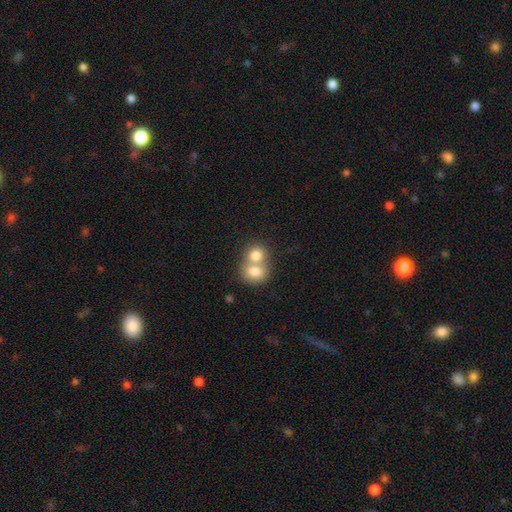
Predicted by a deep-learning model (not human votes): smooth_or_featured: smooth (p=0.76) [alt: featured or disk p=0.15]
how_rounded: round (p=0.69) [alt: in between p=0.30]
merging: merger (p=0.68) [alt: none p=0.26]